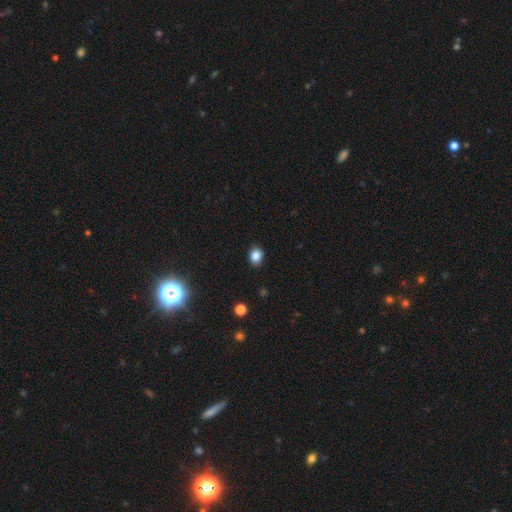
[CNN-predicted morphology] Smooth or featured: smooth — 84% (star or artifact — 12%)
How rounded: round — 58% (in between — 41%)
Merging: none — 88% (minor disturbance — 9%)